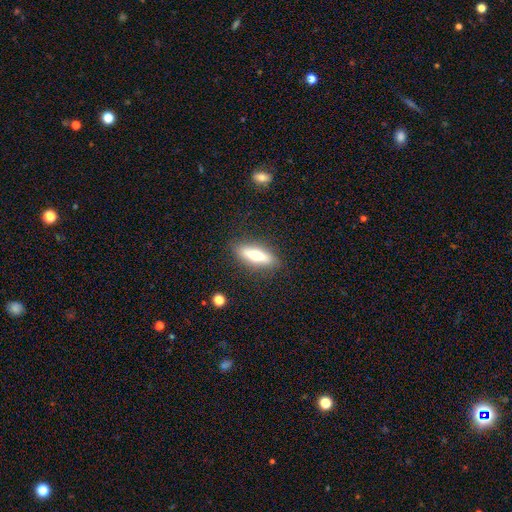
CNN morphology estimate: Q: Smooth or featured?
A: smooth (56%); runner-up: featured or disk (38%)
Q: How rounded?
A: cigar-shaped (55%); runner-up: in between (42%)
Q: Merging?
A: none (86%); runner-up: minor disturbance (10%)